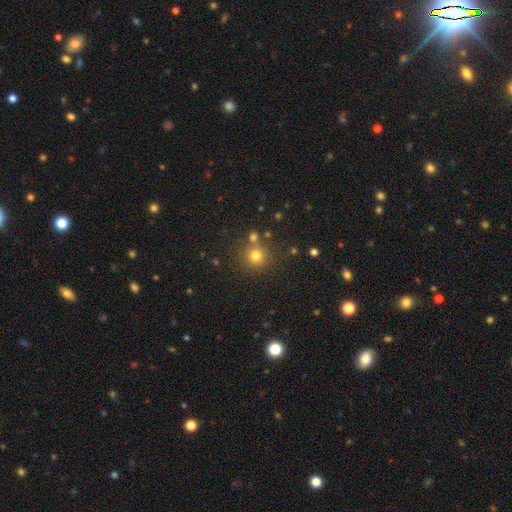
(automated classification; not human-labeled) Smooth or featured? smooth (76%)
How rounded? round (93%)
Merging? none (77%)